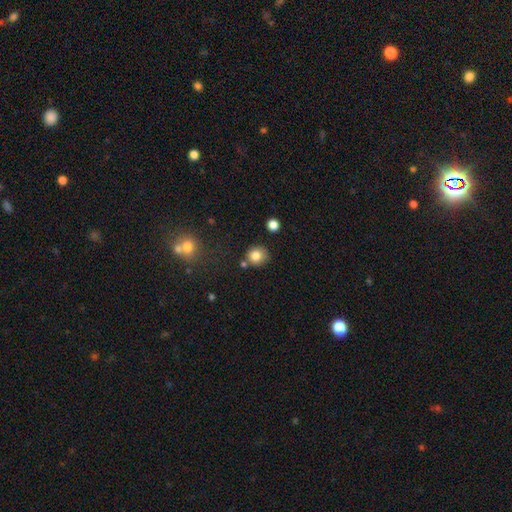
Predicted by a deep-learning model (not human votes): A smooth galaxy with no disk features (82%) that is round (86%).

Vote fractions:
- Smooth or featured? smooth: 82% / star or artifact: 11% / featured or disk: 7%
- How rounded? round: 86% / in between: 13% / cigar-shaped: 1%
- Merging? none: 76% / minor disturbance: 13% / merger: 8% / major disturbance: 3%